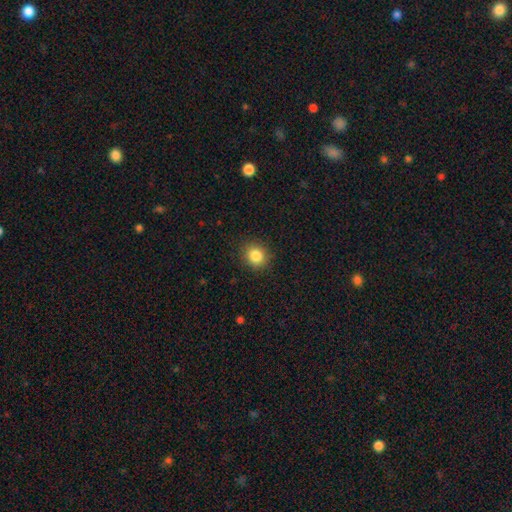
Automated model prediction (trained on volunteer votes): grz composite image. It shows a smooth galaxy with no disk features (85%) that is round (80%). Merging: none (89%).